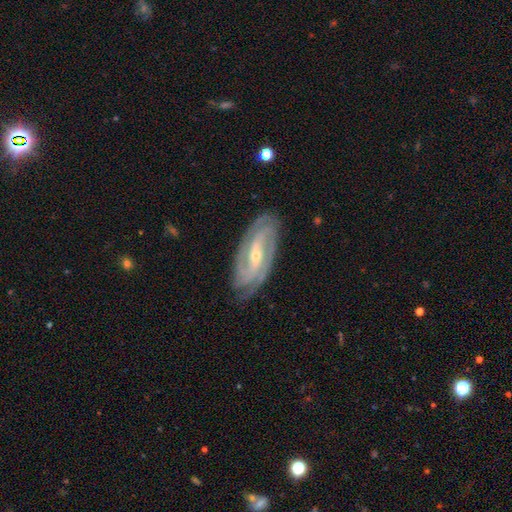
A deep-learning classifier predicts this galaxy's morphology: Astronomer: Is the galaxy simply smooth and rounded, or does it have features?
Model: featured or disk — 90%.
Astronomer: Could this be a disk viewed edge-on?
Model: no — 93%.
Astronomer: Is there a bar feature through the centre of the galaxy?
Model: strong — 42% (runner-up: weak, 34%).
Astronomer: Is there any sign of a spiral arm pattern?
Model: yes — 97%.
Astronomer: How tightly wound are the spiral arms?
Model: tight — 64%.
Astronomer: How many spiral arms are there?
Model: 2 — 39% (runner-up: 3, 25%).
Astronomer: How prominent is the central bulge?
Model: small — 67%.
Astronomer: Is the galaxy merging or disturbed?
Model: none — 82%.